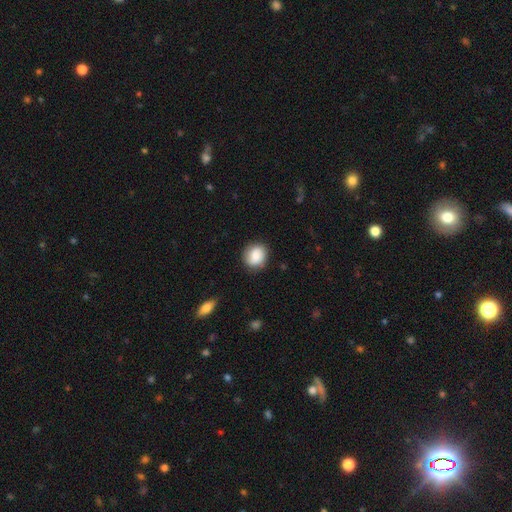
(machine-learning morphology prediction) This is clearly a smooth galaxy (82%). How rounded: likely round (75%). Merging: clearly none (83%).